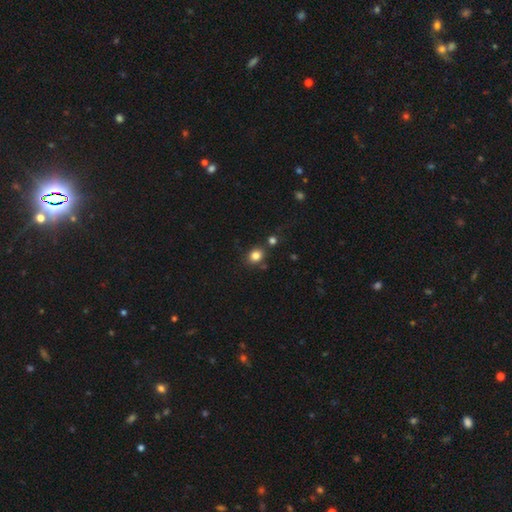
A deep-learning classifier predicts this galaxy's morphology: Smooth or featured: smooth — 82% (star or artifact — 12%)
How rounded: round — 64% (in between — 35%)
Merging: none — 76% (minor disturbance — 12%)